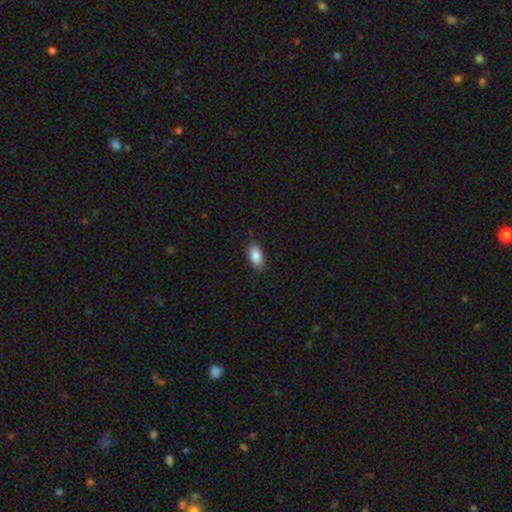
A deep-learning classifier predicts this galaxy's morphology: The model was most divided on "merging": none: 85%, minor disturbance: 12%, major disturbance: 2%, merger: 1%. More confident: how rounded — in between (91%); smooth or featured — smooth (86%).